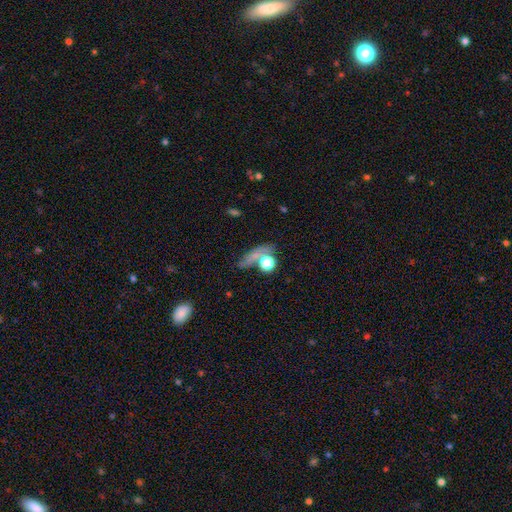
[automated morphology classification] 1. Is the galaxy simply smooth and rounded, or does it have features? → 63% smooth, 19% featured or disk, 18% star or artifact.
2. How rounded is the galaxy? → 40% round, 37% in between, 23% cigar-shaped.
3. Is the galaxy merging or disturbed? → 48% none, 20% merger, 16% minor disturbance, 16% major disturbance.